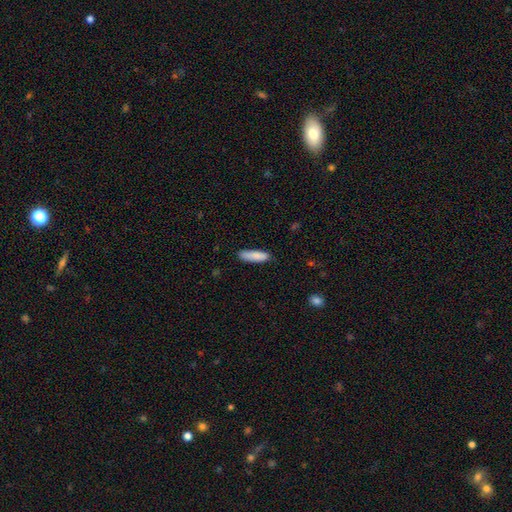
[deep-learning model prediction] smooth-or-featured: smooth: 87% | featured or disk: 7% | star or artifact: 6%
  how-rounded: cigar-shaped: 59% | in between: 39% | round: 2%
  merging: none: 84% | minor disturbance: 12% | major disturbance: 2% | merger: 1%